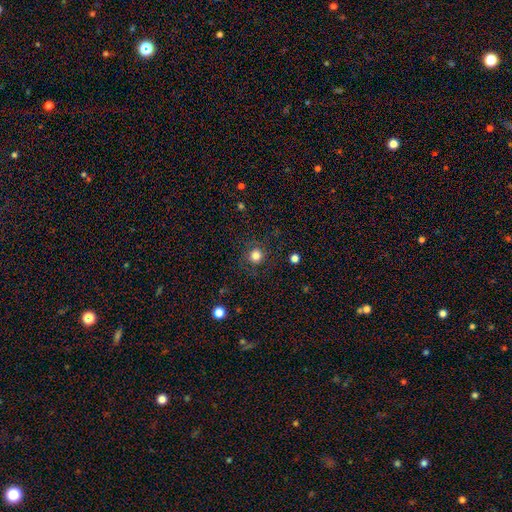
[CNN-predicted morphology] This is clearly a smooth galaxy (81%). How rounded: clearly round (93%). Merging: clearly none (85%).